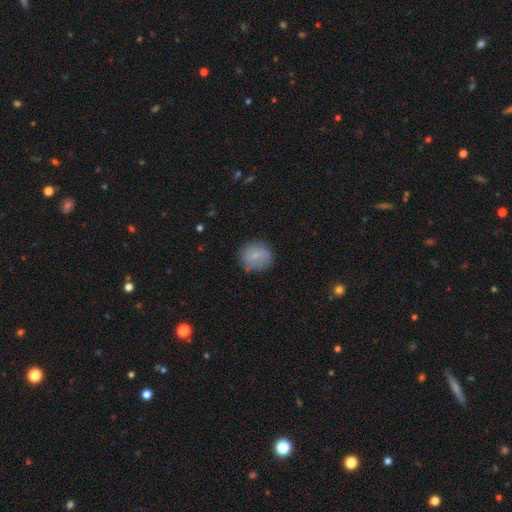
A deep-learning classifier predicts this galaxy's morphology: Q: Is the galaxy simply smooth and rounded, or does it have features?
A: smooth — 73%.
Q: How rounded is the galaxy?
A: round — 79%.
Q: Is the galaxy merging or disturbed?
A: none — 72%.